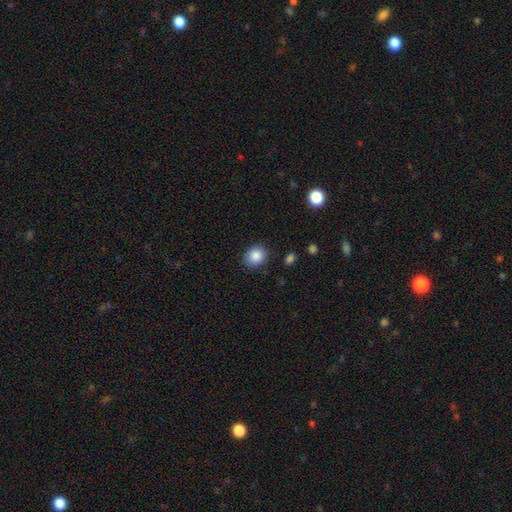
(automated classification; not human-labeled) This is clearly a smooth galaxy (87%). How rounded: likely round (68%). Merging: clearly none (85%).